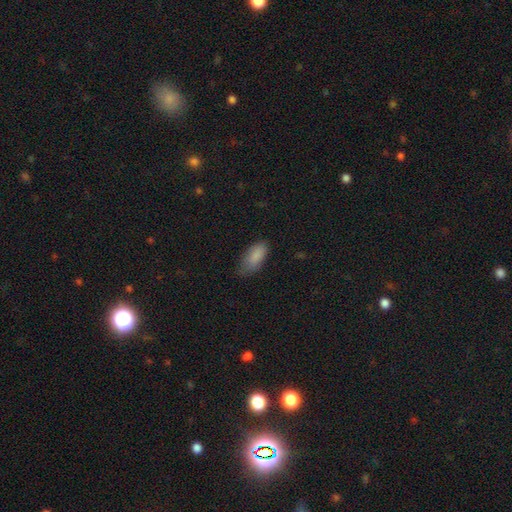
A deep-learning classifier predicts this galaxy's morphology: A smooth galaxy with no disk features (87%) that is in between round and cigar-shaped (88%).

Vote fractions:
- Smooth or featured? smooth: 87% / star or artifact: 7% / featured or disk: 6%
- How rounded? in between: 88% / cigar-shaped: 9% / round: 2%
- Merging? none: 62% / minor disturbance: 31% / major disturbance: 7% / merger: 1%